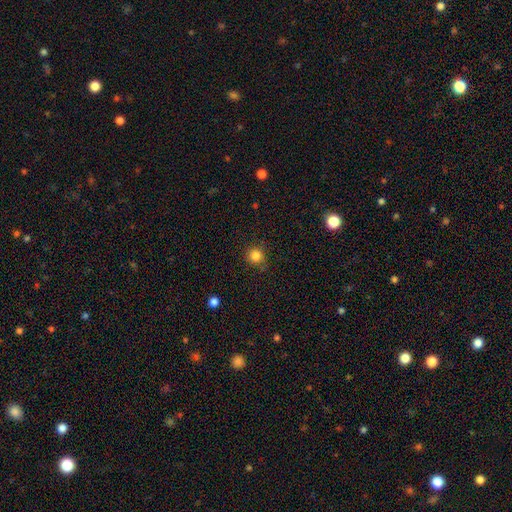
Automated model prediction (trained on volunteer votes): Overall: smooth (84%). How rounded: round (93%). Merging: none (84%).